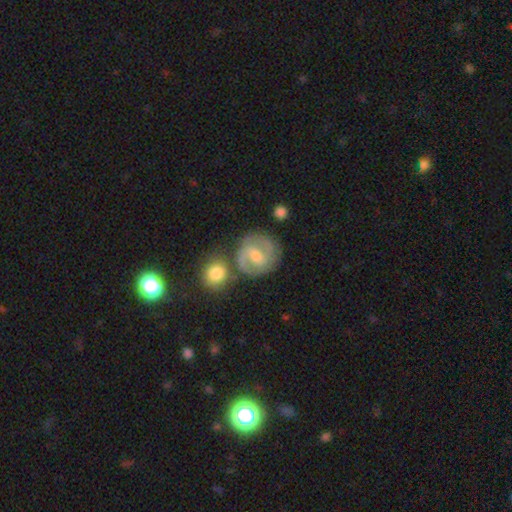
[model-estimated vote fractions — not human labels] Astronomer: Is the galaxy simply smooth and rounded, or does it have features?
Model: featured or disk — 72%.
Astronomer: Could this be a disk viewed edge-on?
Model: no — 97%.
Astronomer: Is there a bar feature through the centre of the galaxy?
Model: weak — 57%.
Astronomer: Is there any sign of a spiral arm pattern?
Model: yes — 91%.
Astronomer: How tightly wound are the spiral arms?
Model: medium — 49% (runner-up: tight, 37%).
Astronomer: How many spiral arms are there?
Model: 2 — 80%.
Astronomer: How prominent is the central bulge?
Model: moderate — 50% (runner-up: small, 42%).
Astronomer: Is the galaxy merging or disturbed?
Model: none — 67%.